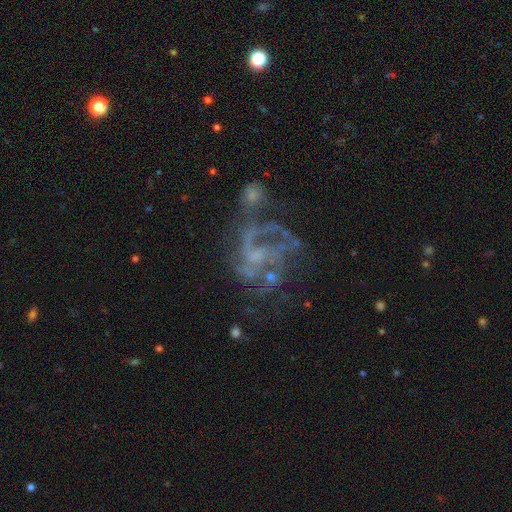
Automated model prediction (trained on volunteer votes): A featured or disk galaxy (82%) with no bar (51%), 2 (31%) medium (47%) spiral arms (86%) and no central bulge (41%). Merging: none (38%).